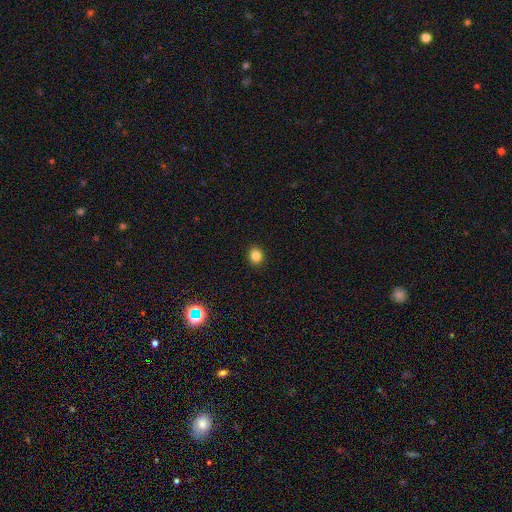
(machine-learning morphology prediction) This is clearly a smooth galaxy (84%). How rounded: clearly round (81%). Merging: clearly none (92%).